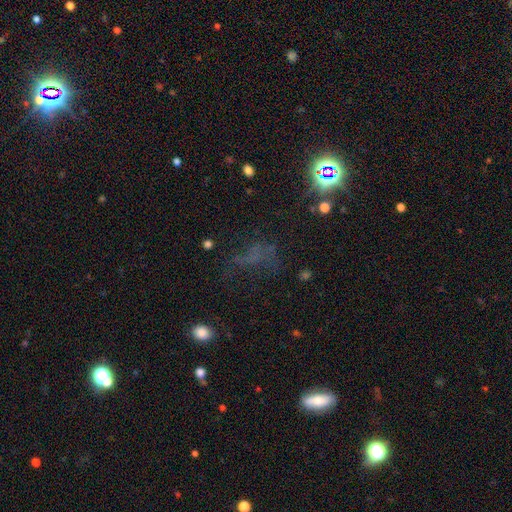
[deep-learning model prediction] This appears to be a star or artifact, not a galaxy (46%).